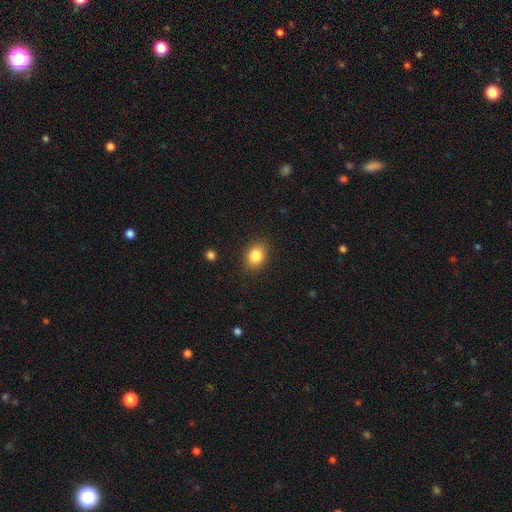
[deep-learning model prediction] Smooth or featured? Predicted: smooth (p=0.84). How rounded? Predicted: in between (p=0.55). Merging? Predicted: none (p=0.87).